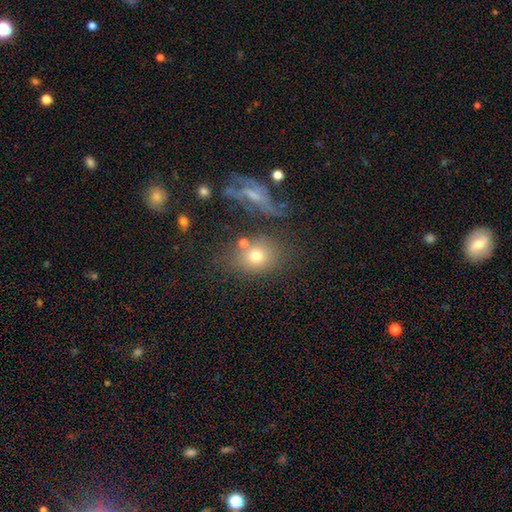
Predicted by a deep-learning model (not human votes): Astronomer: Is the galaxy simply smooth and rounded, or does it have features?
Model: smooth — 68%.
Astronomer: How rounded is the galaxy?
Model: round — 53% (runner-up: in between, 45%).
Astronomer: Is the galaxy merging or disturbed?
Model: none — 57%.